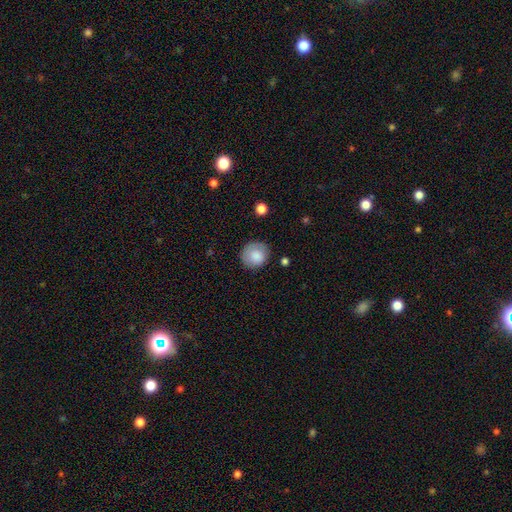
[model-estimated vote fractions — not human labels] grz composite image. It shows a smooth galaxy with no disk features (83%) that is round (88%). Merging: none (78%).